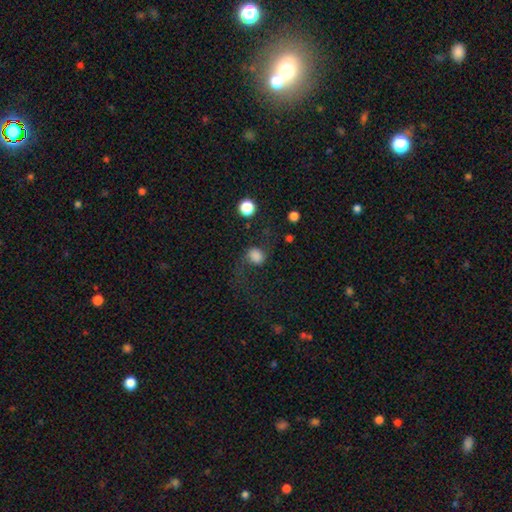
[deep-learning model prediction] Smooth or featured: smooth — 76% (star or artifact — 12%)
How rounded: round — 58% (in between — 40%)
Merging: none — 51% (major disturbance — 25%)